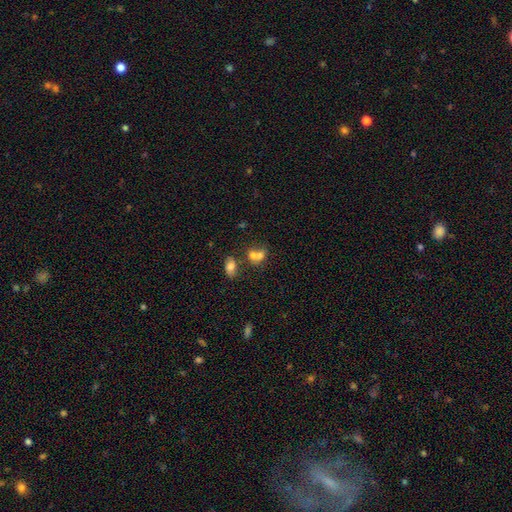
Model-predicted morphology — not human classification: A smooth galaxy with no disk features (70%) that is in between round and cigar-shaped (50%).

Vote fractions:
- Smooth or featured? smooth: 70% / featured or disk: 17% / star or artifact: 13%
- How rounded? in between: 50% / round: 48% / cigar-shaped: 2%
- Merging? merger: 61% / none: 26% / minor disturbance: 8% / major disturbance: 5%